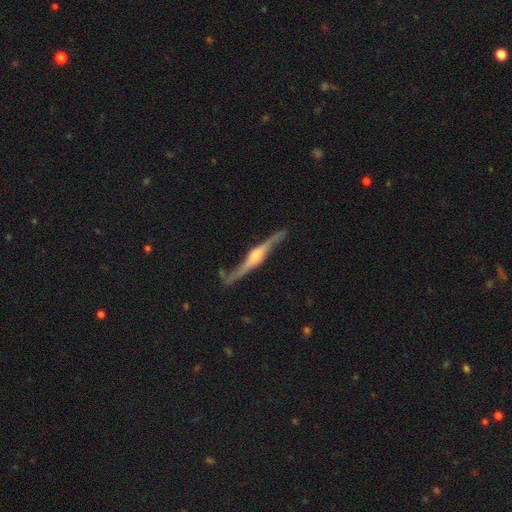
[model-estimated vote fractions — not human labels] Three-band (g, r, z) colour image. It shows a featured or disk galaxy (84%) viewed edge-on (94%) with a rounded central bulge (87%). Merging: none (75%).